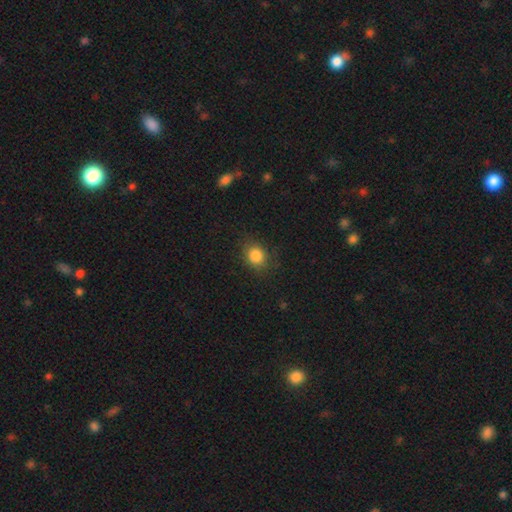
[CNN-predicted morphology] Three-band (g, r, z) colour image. It shows a smooth galaxy with no disk features (85%) that is round (69%). Merging: none (82%).